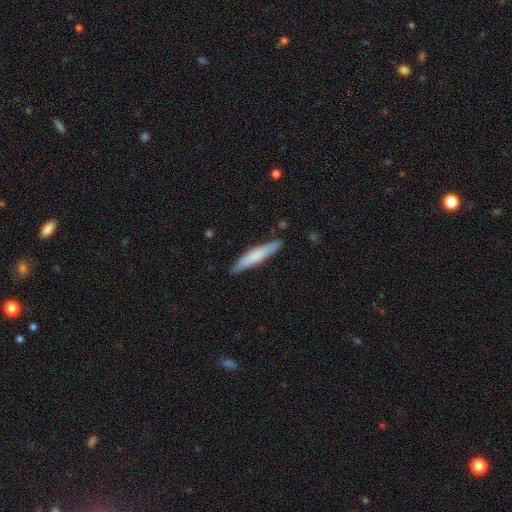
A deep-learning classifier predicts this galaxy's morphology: This appears to be a smooth galaxy with no disk features (68%) that is cigar-shaped (91%). Merging: none (85%).